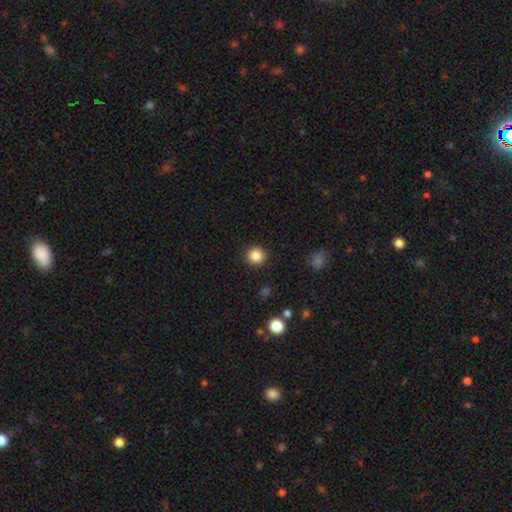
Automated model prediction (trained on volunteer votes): Q: Smooth or featured?
A: smooth (86%); runner-up: star or artifact (11%)
Q: How rounded?
A: round (93%); runner-up: in between (7%)
Q: Merging?
A: none (92%); runner-up: minor disturbance (5%)